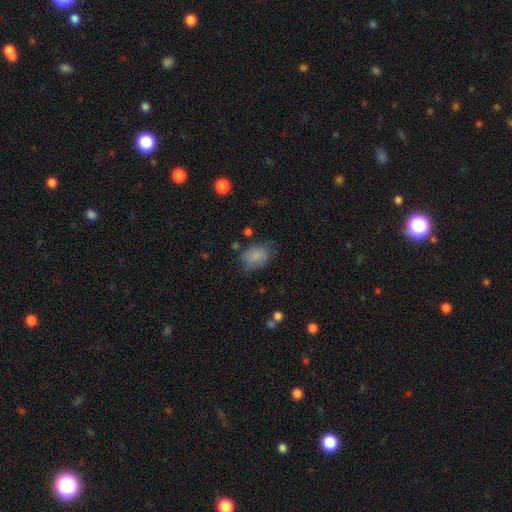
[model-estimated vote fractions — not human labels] Smooth or featured? Predicted: smooth (p=0.81). How rounded? Predicted: in between (p=0.73). Merging? Predicted: none (p=0.61).